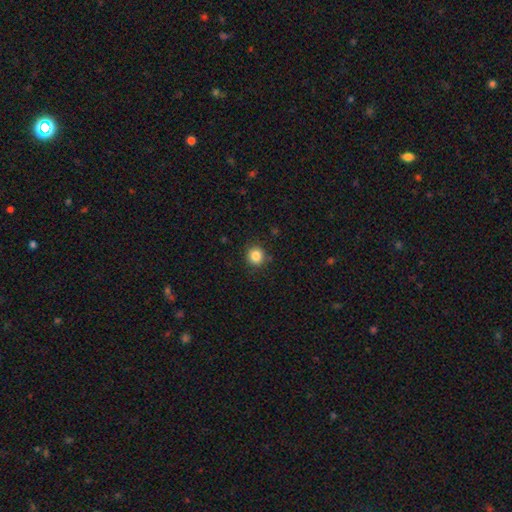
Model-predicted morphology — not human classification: A smooth galaxy with no disk features (85%) that is round (90%).

Vote fractions:
- Smooth or featured? smooth: 85% / star or artifact: 11% / featured or disk: 4%
- How rounded? round: 90% / in between: 9% / cigar-shaped: 1%
- Merging? none: 87% / minor disturbance: 9% / major disturbance: 2% / merger: 1%